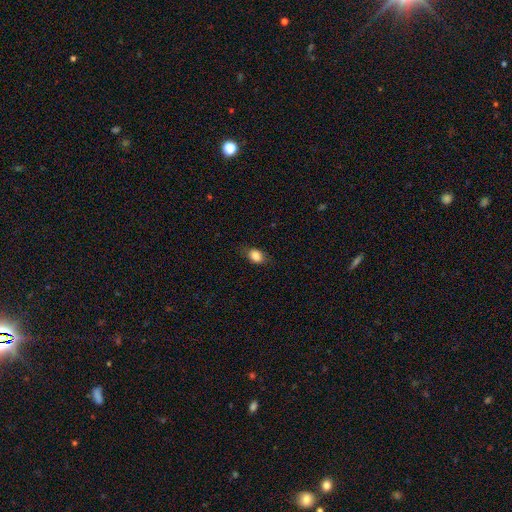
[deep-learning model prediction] This appears to be a smooth galaxy with no disk features (83%) that is in between round and cigar-shaped (69%). Merging: none (76%).